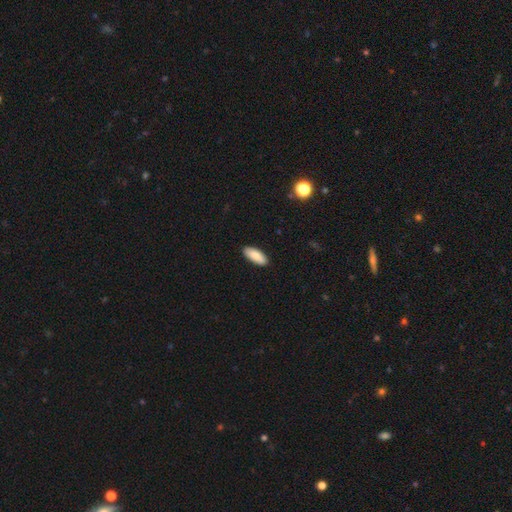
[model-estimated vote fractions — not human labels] smooth 85%, featured or disk 9%, star or artifact 6%. Down the decision tree: how rounded — in between (79%); merging — none (90%).